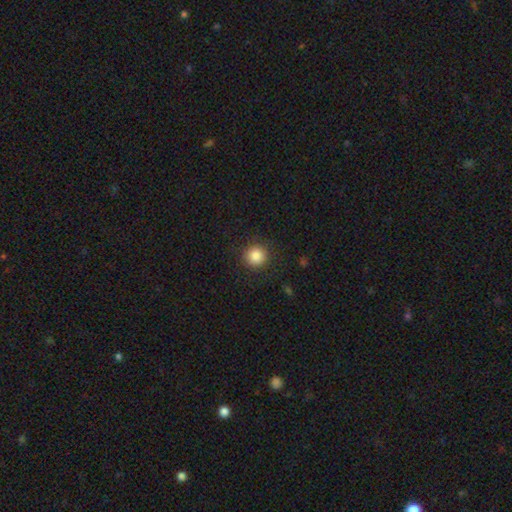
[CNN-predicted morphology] Smooth or featured? Predicted: smooth (p=0.86). How rounded? Predicted: round (p=0.93). Merging? Predicted: none (p=0.89).